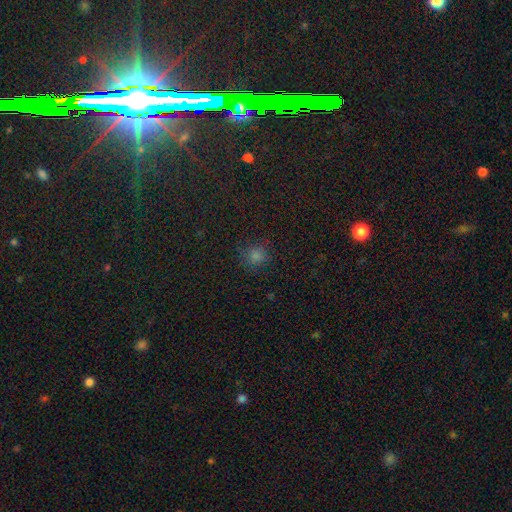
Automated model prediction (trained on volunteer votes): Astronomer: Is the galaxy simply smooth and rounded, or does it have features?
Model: smooth — 71%.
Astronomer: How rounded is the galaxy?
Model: round — 90%.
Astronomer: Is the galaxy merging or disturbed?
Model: none — 85%.